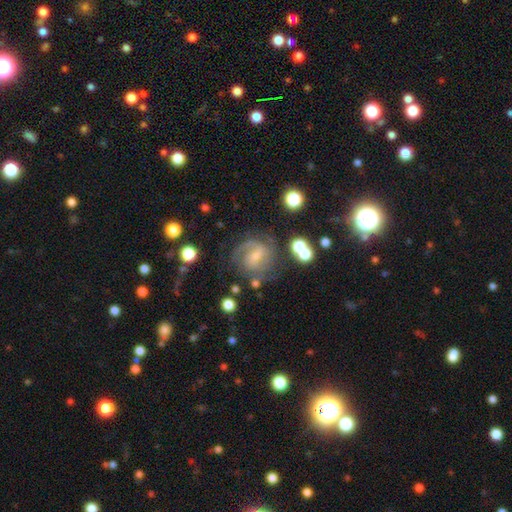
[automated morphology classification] This is likely a featured or disk galaxy (77%). It is clearly not viewed edge-on (97%). Bar: possibly weak (53%). Spiral arm pattern: clearly yes (93%). Spiral arm count: possibly 2 (52%). Spiral winding: marginally tight (43%, tied with medium). Central bulge: possibly small (55%). Merging: likely none (65%).